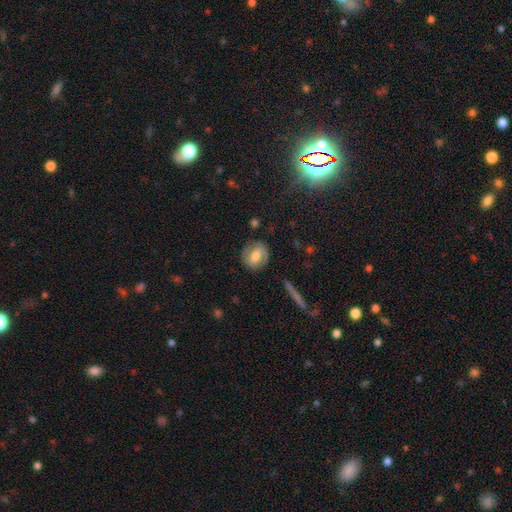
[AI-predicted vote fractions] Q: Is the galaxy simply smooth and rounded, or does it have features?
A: smooth — 47%.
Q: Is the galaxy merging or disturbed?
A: none — 82%.